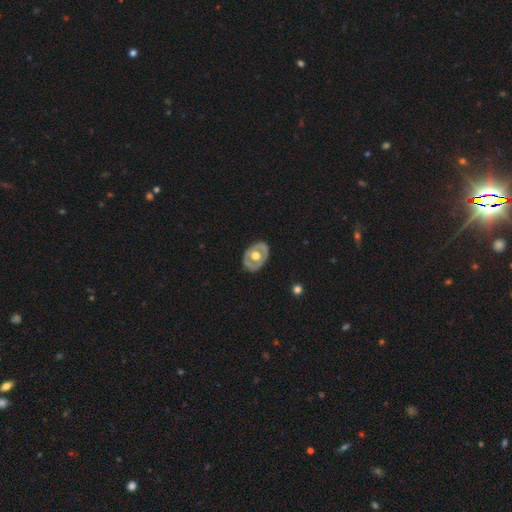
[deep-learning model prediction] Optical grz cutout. It shows a featured or disk galaxy (61%) with no bar (84%), no spiral arms (83%) and a moderate central bulge (57%). Merging: none (81%).